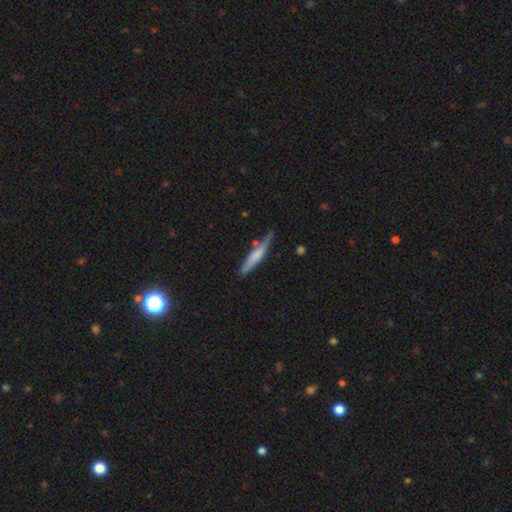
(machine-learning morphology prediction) The model was most divided on "smooth or featured": smooth: 59%, featured or disk: 36%, star or artifact: 6%. More confident: how rounded — cigar-shaped (91%); merging — none (72%).